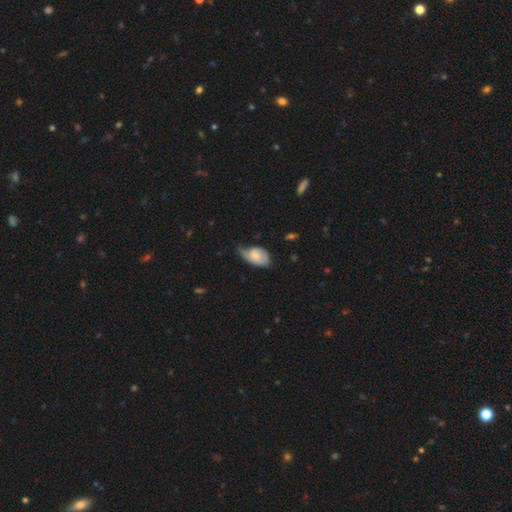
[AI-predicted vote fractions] smooth_or_featured: smooth (p=0.63) [alt: featured or disk p=0.30]
how_rounded: in between (p=0.89) [alt: round p=0.09]
merging: minor disturbance (p=0.44) [alt: none p=0.27]